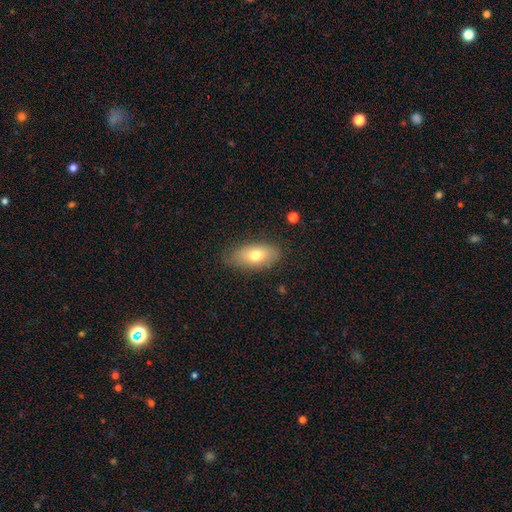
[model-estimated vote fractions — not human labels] smooth 70%, featured or disk 22%, star or artifact 8%. Down the decision tree: how rounded — in between (88%); merging — none (76%).